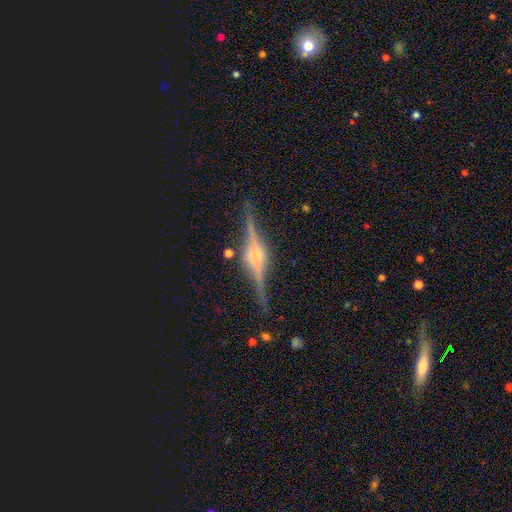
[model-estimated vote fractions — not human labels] smooth_or_featured: featured or disk (p=0.87) [alt: smooth p=0.07]
disk_edge_on: yes (p=0.98) [alt: no p=0.02]
edge_on_bulge: rounded (p=0.84) [alt: boxy p=0.13]
merging: none (p=0.86) [alt: minor disturbance p=0.10]